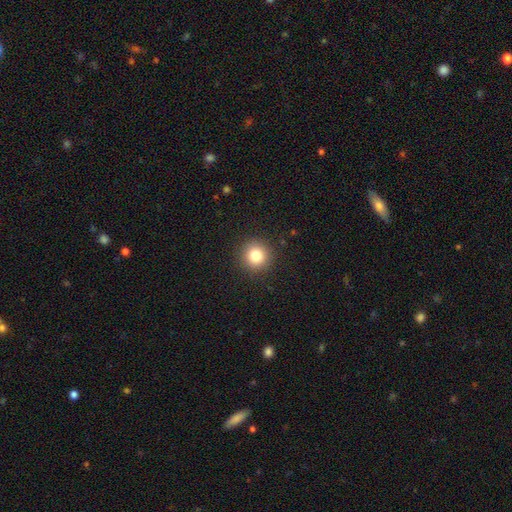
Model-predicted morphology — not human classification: smooth-or-featured: smooth: 81% | star or artifact: 12% | featured or disk: 7%
  how-rounded: round: 94% | in between: 5% | cigar-shaped: 1%
  merging: none: 91% | minor disturbance: 6% | major disturbance: 2% | merger: 1%